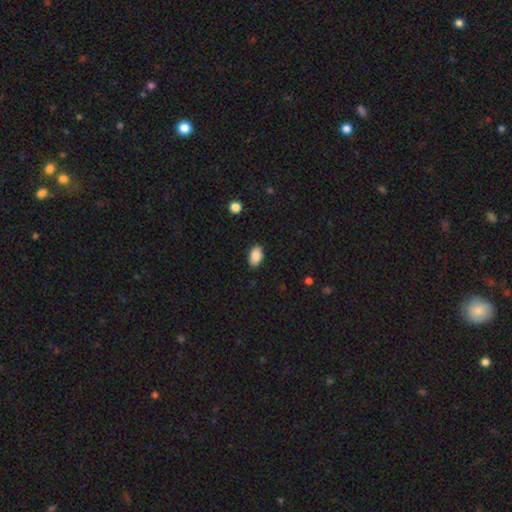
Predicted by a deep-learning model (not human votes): The model was most divided on "merging": none: 87%, minor disturbance: 10%, major disturbance: 2%, merger: 1%. More confident: how rounded — in between (93%); smooth or featured — smooth (89%).